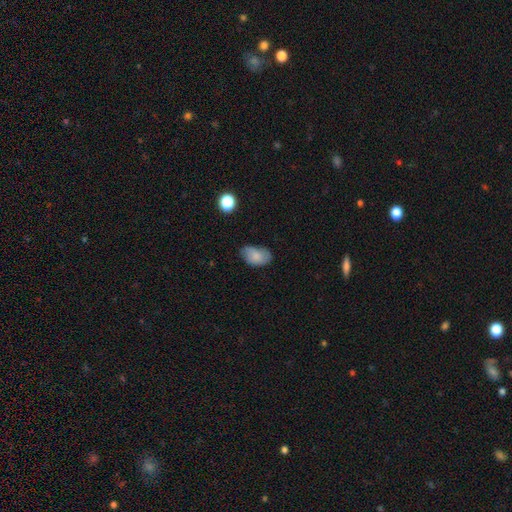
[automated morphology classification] smooth-or-featured: smooth: 78% | featured or disk: 14% | star or artifact: 8%
  how-rounded: in between: 90% | round: 9% | cigar-shaped: 1%
  merging: none: 59% | minor disturbance: 32% | major disturbance: 7% | merger: 2%